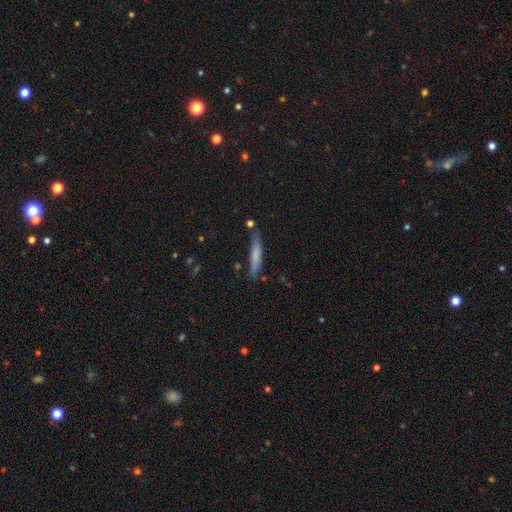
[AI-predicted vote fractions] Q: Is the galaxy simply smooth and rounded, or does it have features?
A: smooth — 69%.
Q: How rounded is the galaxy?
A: cigar-shaped — 90%.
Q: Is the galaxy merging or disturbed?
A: none — 77%.